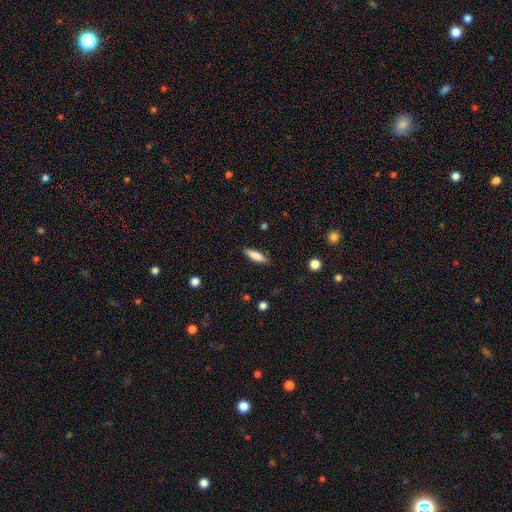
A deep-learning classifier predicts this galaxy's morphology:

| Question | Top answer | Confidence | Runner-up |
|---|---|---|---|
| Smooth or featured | smooth | 83% | featured or disk (11%) |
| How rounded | cigar-shaped | 57% | in between (42%) |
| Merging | none | 86% | minor disturbance (10%) |